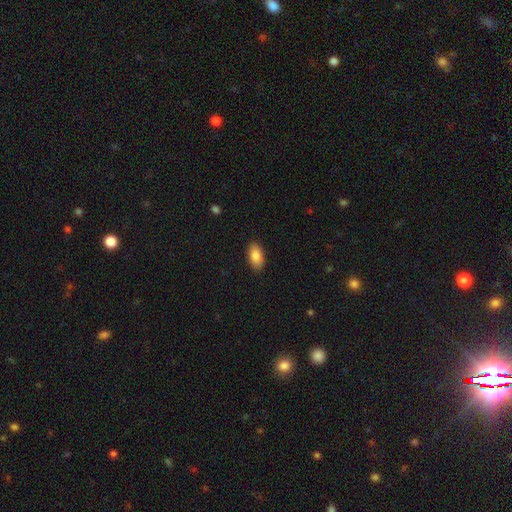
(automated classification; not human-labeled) Smooth or featured? Predicted: smooth (p=0.86). How rounded? Predicted: in between (p=0.93). Merging? Predicted: none (p=0.88).